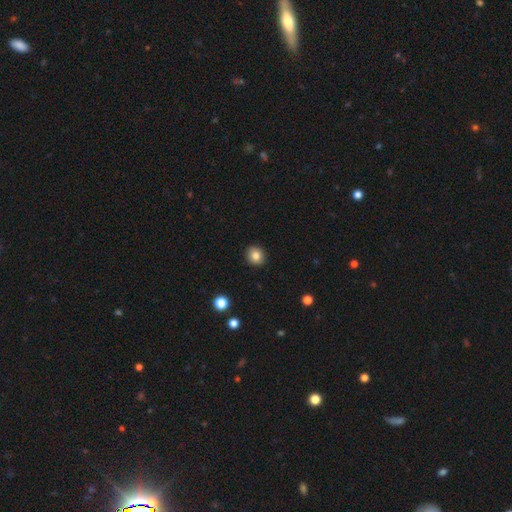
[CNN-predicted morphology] smooth_or_featured: smooth (p=0.83) [alt: star or artifact p=0.10]
how_rounded: round (p=0.81) [alt: in between p=0.18]
merging: none (p=0.91) [alt: minor disturbance p=0.06]